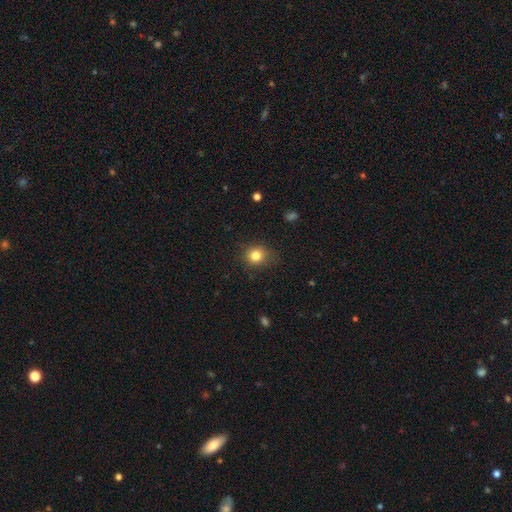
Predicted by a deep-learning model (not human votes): smooth_or_featured: smooth (p=0.82) [alt: star or artifact p=0.12]
how_rounded: round (p=0.82) [alt: in between p=0.17]
merging: none (p=0.80) [alt: minor disturbance p=0.14]